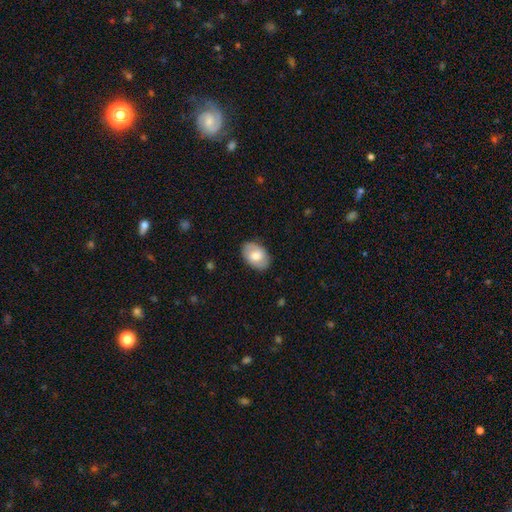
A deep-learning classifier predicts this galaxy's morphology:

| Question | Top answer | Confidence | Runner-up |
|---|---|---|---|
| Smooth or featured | smooth | 62% | featured or disk (32%) |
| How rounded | in between | 86% | round (13%) |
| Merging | none | 84% | minor disturbance (12%) |